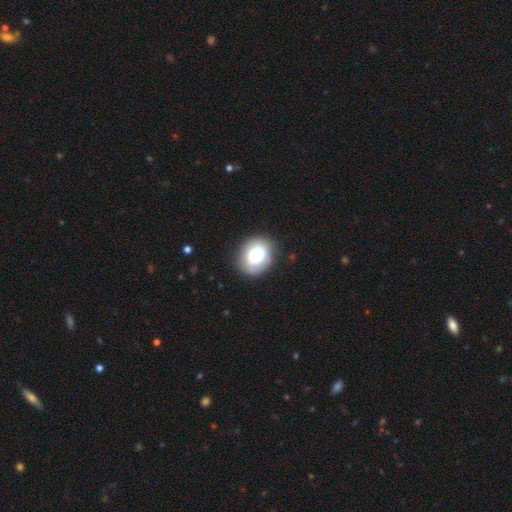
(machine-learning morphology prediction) The model was most divided on "how rounded": round: 60%, in between: 39%, cigar-shaped: 1%. More confident: merging — none (81%); smooth or featured — smooth (68%).